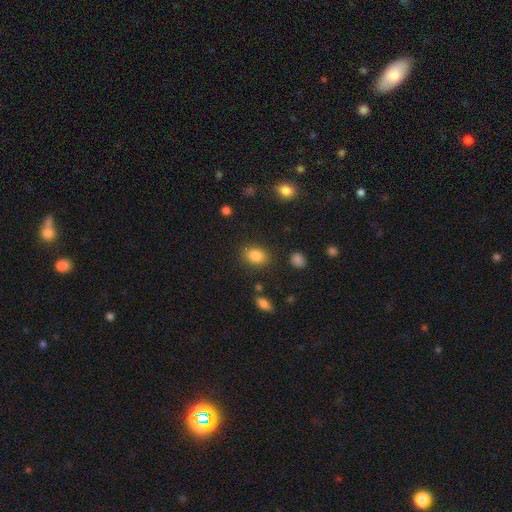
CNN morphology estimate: smooth_or_featured: smooth (p=0.84) [alt: star or artifact p=0.09]
how_rounded: in between (p=0.75) [alt: round p=0.24]
merging: none (p=0.83) [alt: minor disturbance p=0.11]